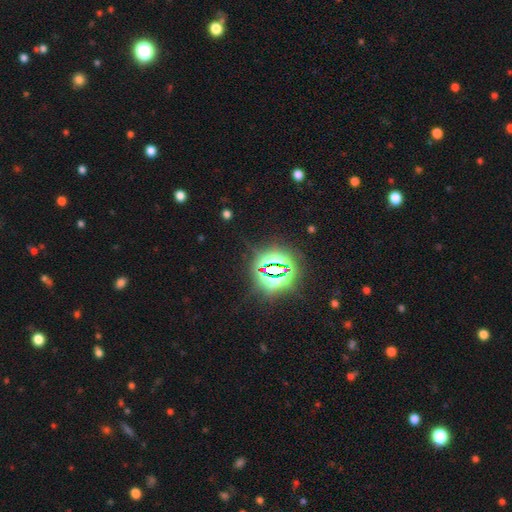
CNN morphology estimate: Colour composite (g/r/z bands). It shows a star or artifact, not a galaxy (85%).